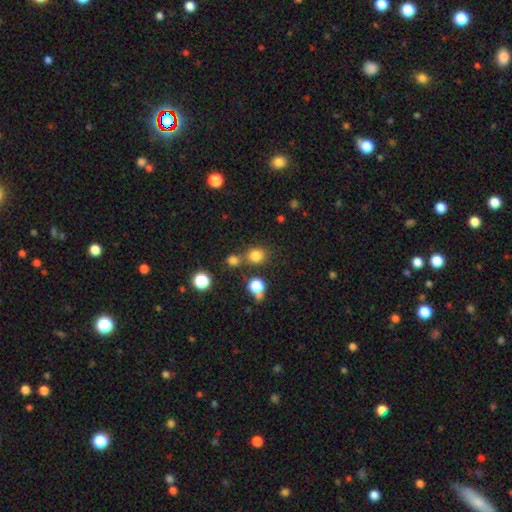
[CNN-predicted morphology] smooth 79%, star or artifact 15%, featured or disk 6%. Down the decision tree: how rounded — round (79%); merging — none (66%).